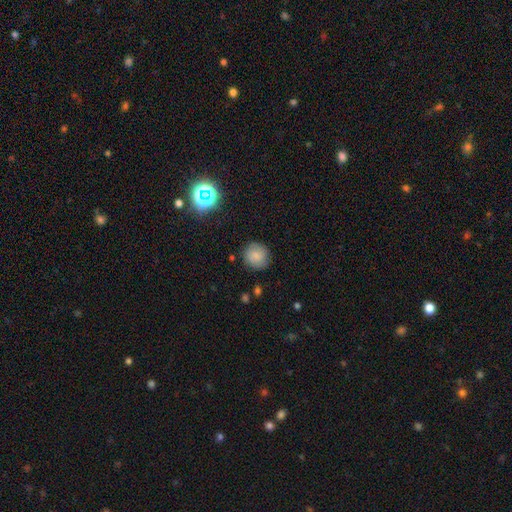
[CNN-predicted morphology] Overall: smooth (80%). How rounded: round (91%). Merging: none (86%).